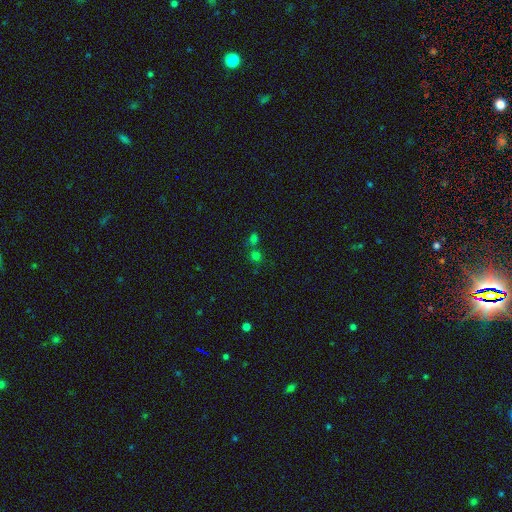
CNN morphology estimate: type=smooth (62%); roundness=round (87%); merging=none (61%).